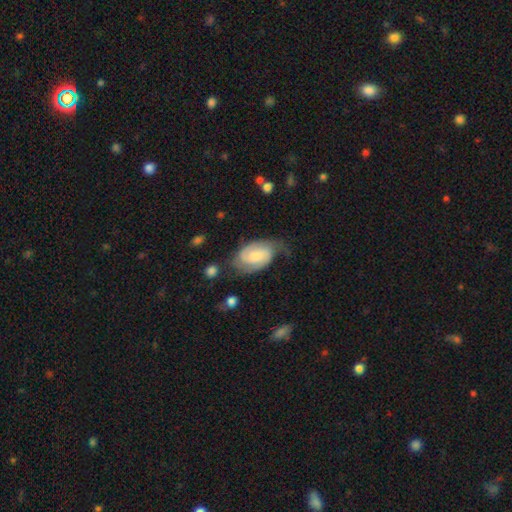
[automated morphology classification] This appears to be a featured or disk galaxy (68%) with no bar (50%), 2 (81%) medium (43%) spiral arms (93%) and a small central bulge (34%). Merging: none (53%).